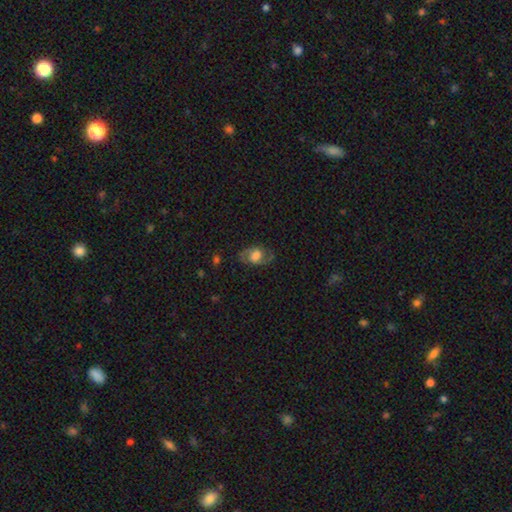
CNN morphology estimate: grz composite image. It shows a featured or disk galaxy (59%) with no bar (44%), spiral arms (82%) and a large central bulge (49%). Merging: none (73%).